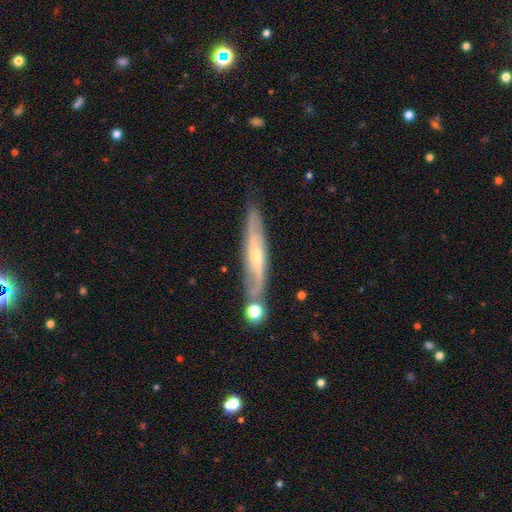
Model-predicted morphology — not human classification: featured or disk 70%, smooth 23%, star or artifact 7%. Down the decision tree: edge-on disk — yes (50%, tied with no); merging — none (72%).